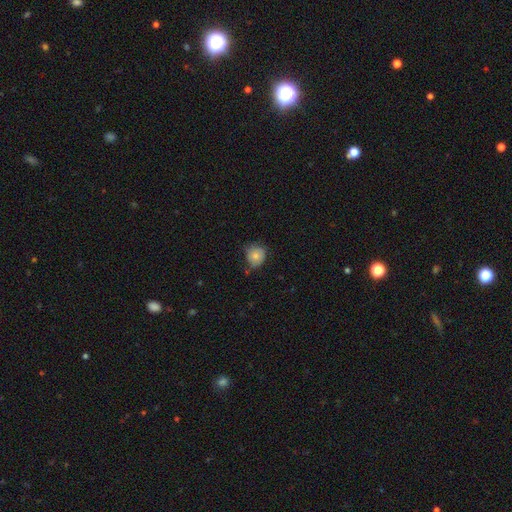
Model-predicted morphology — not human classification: Overall: smooth (77%). How rounded: round (82%). Merging: none (61%; minor disturbance 30%).